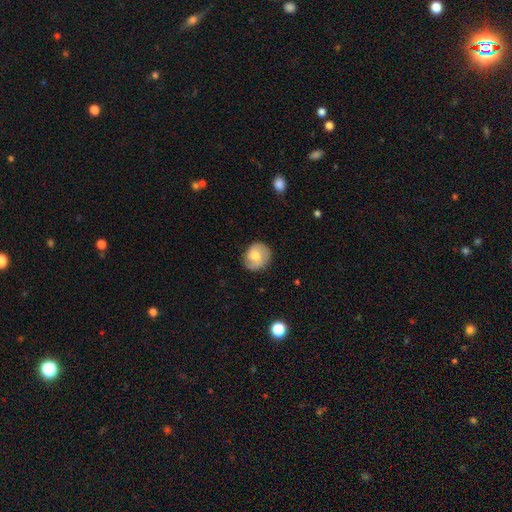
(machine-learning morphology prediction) This is possibly a smooth galaxy (59%). How rounded: likely round (75%). Merging: likely none (76%).